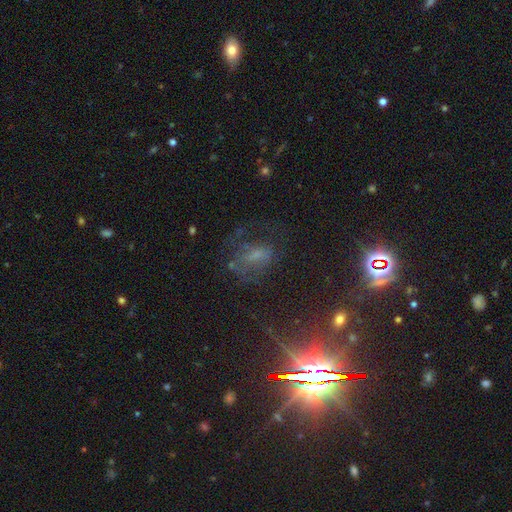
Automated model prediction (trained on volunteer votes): star or artifact 36%, featured or disk 35%, smooth 29%.